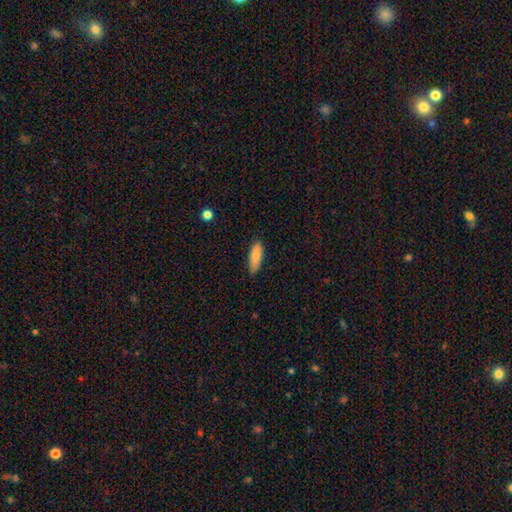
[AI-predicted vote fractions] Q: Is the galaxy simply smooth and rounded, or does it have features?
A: smooth — 83%.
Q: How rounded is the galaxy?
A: in between — 57%.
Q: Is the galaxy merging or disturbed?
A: none — 84%.